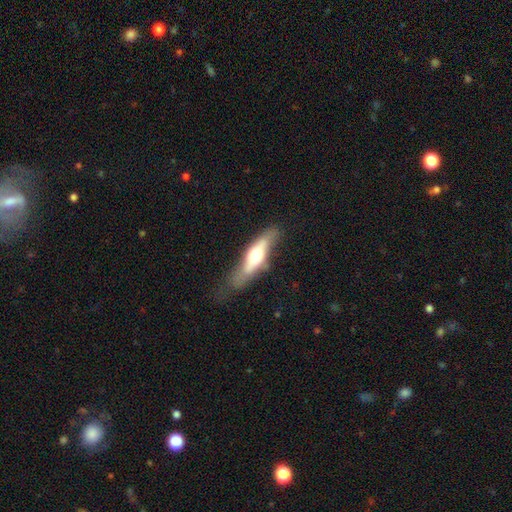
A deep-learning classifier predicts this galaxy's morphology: A smooth galaxy with no disk features (48%).

Vote fractions:
- Smooth or featured? smooth: 48% / featured or disk: 46% / star or artifact: 6%
- Merging? none: 54% / minor disturbance: 28% / major disturbance: 15% / merger: 3%